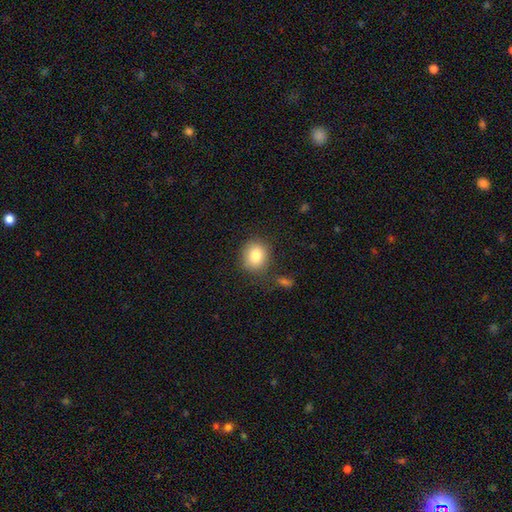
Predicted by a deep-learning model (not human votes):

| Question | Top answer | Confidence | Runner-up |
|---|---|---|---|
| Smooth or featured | smooth | 82% | star or artifact (9%) |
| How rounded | round | 77% | in between (22%) |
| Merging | none | 81% | minor disturbance (11%) |